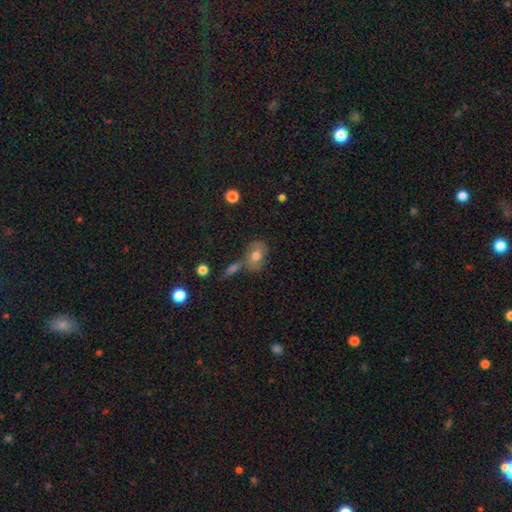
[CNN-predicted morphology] type=smooth (70%); roundness=in between (75%); merging=none (50%).